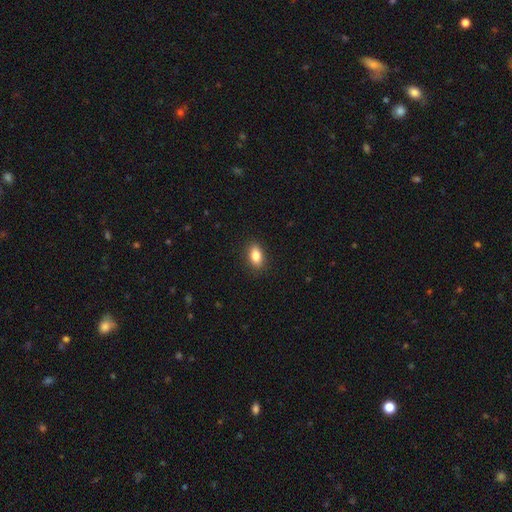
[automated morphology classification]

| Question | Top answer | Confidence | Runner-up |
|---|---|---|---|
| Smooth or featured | smooth | 85% | star or artifact (8%) |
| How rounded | in between | 87% | round (10%) |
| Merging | none | 88% | minor disturbance (9%) |